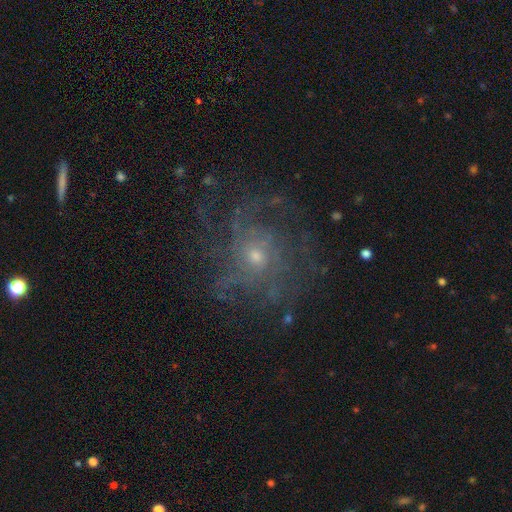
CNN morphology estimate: Q: Smooth or featured?
A: featured or disk (70%); runner-up: smooth (15%)
Q: Edge-on disk?
A: no (97%); runner-up: yes (3%)
Q: Bar?
A: no (81%); runner-up: weak (17%)
Q: Spiral arms?
A: yes (80%); runner-up: no (20%)
Q: Spiral winding?
A: tight (44%); runner-up: medium (36%)
Q: Spiral arm count?
A: can't tell (46%); runner-up: 4 (14%)
Q: Bulge size?
A: small (66%); runner-up: moderate (29%)
Q: Merging?
A: none (65%); runner-up: major disturbance (17%)